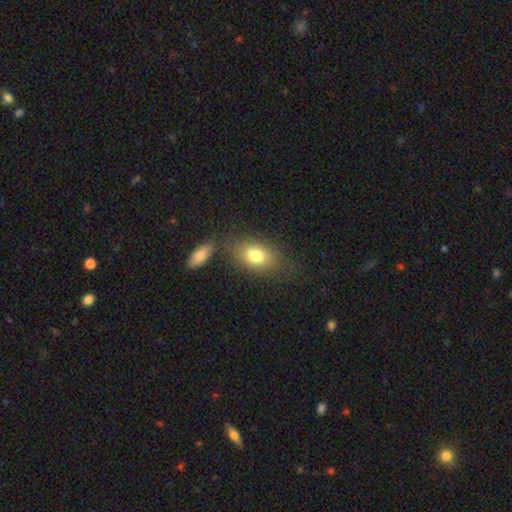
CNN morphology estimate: Overall: smooth (77%). How rounded: in between (78%). Merging: none (69%).